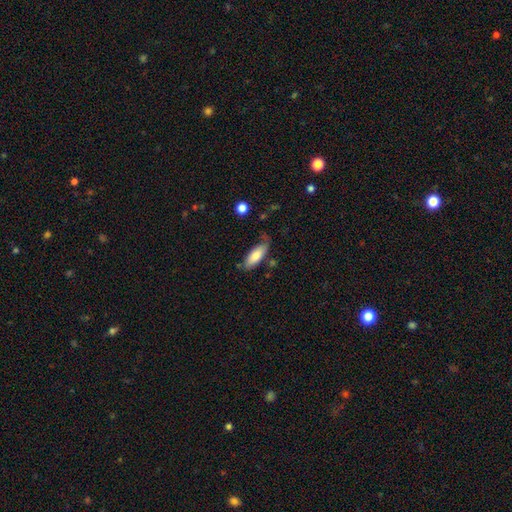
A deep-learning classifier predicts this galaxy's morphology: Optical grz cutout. It shows a smooth galaxy with no disk features (78%) that is in between round and cigar-shaped (74%). Merging: none (62%).